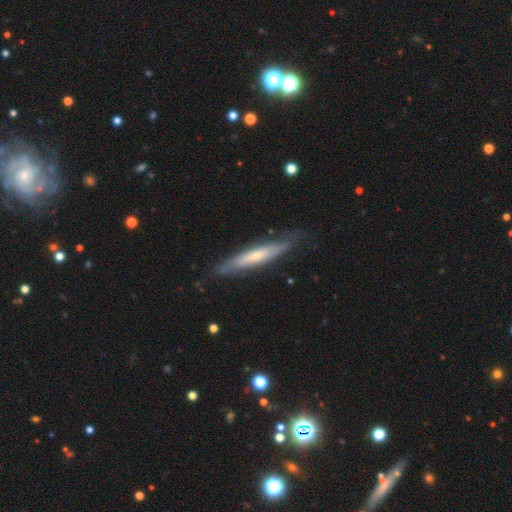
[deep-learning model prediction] featured or disk 52%, smooth 43%, star or artifact 6%. Down the decision tree: edge-on disk — yes (73%); merging — none (77%).